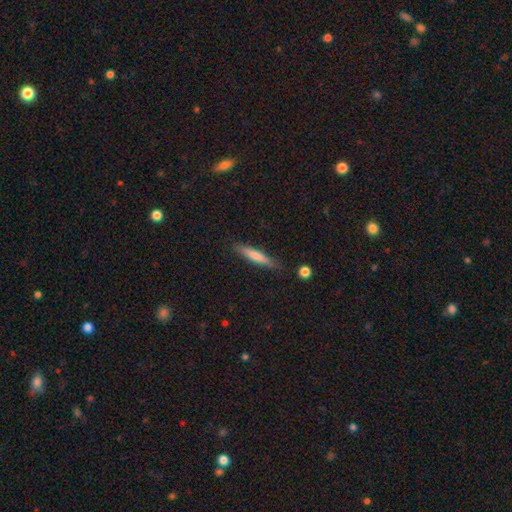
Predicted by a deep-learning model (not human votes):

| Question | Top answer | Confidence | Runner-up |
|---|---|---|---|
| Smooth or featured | smooth | 62% | featured or disk (31%) |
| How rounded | cigar-shaped | 92% | in between (7%) |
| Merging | none | 87% | minor disturbance (10%) |